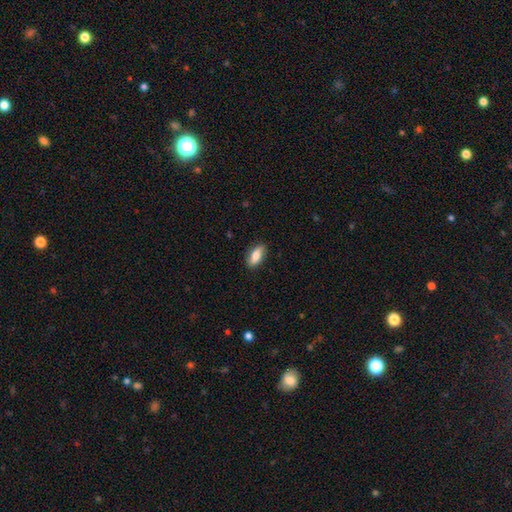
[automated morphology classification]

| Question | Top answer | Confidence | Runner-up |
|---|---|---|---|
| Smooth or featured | smooth | 78% | featured or disk (16%) |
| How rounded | in between | 85% | cigar-shaped (12%) |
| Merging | none | 87% | minor disturbance (10%) |